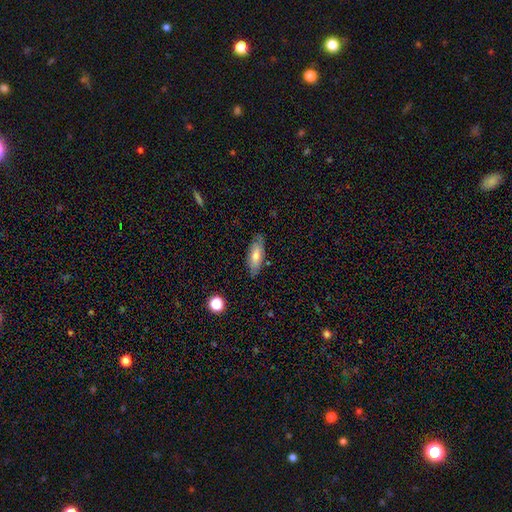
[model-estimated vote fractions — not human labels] Overall: smooth (64%; featured or disk 28%). How rounded: in between (70%). Merging: none (81%).